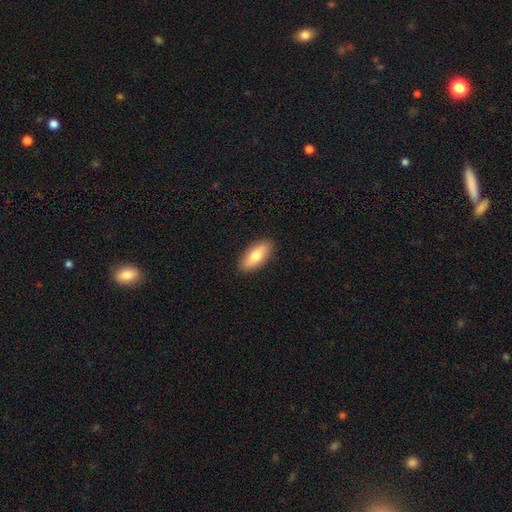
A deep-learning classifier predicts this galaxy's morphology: smooth 75%, featured or disk 19%, star or artifact 6%. Down the decision tree: how rounded — in between (83%); merging — none (90%).